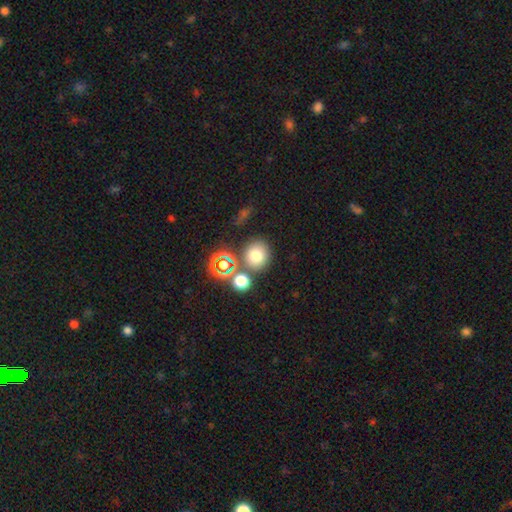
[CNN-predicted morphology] A smooth galaxy with no disk features (73%) that is round (81%).

Vote fractions:
- Smooth or featured? smooth: 73% / star or artifact: 17% / featured or disk: 9%
- How rounded? round: 81% / in between: 18% / cigar-shaped: 1%
- Merging? none: 69% / merger: 18% / minor disturbance: 10% / major disturbance: 4%